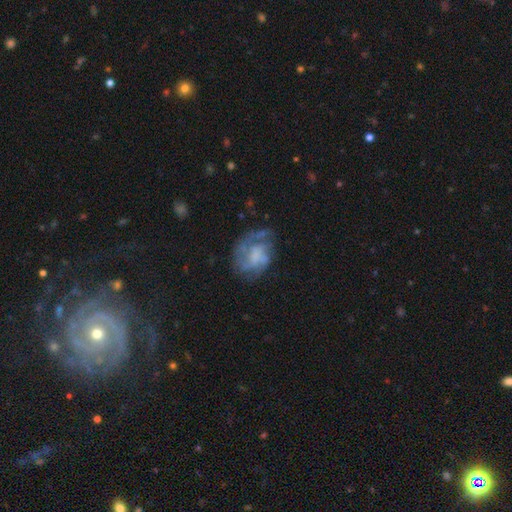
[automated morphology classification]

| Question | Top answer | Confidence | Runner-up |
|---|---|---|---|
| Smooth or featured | featured or disk | 62% | smooth (29%) |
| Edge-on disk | no | 98% | yes (2%) |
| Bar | no | 70% | weak (25%) |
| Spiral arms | yes | 68% | no (32%) |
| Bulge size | none | 53% | moderate (18%) |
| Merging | none | 48% | major disturbance (26%) |